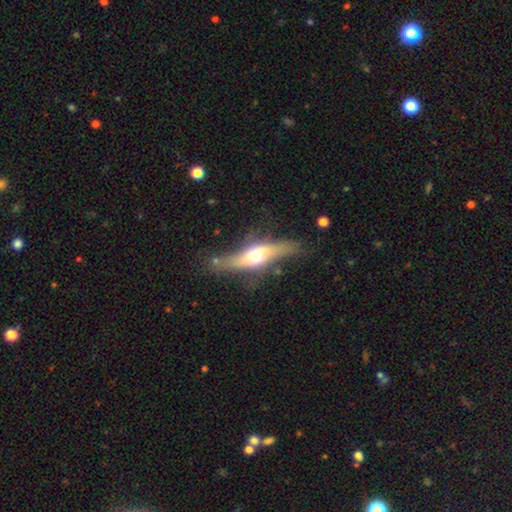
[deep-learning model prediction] This is likely a featured or disk galaxy (62%). It is likely viewed edge-on (71%). Merging: possibly none (60%).